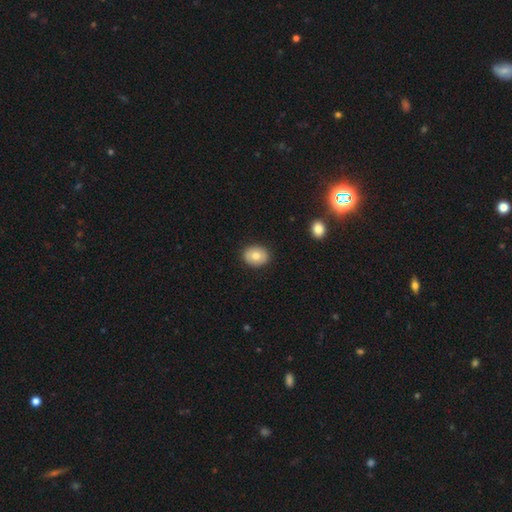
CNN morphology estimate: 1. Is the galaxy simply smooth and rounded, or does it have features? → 76% smooth, 16% featured or disk, 8% star or artifact.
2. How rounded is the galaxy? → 51% round, 48% in between, 1% cigar-shaped.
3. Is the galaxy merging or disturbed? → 89% none, 8% minor disturbance, 2% major disturbance, 1% merger.